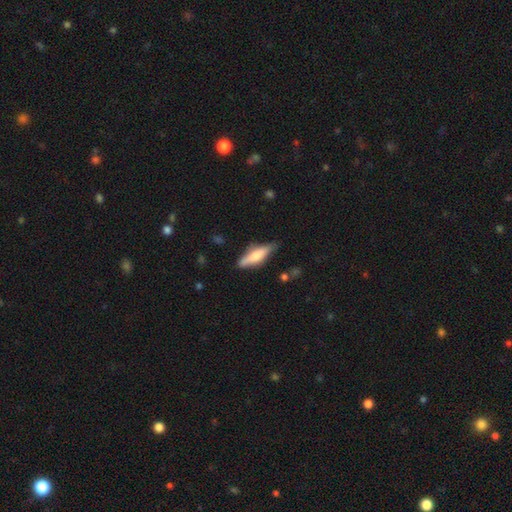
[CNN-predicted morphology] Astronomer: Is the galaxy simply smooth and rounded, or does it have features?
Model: smooth — 56% (runner-up: featured or disk, 38%).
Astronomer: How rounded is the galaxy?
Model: cigar-shaped — 60% (runner-up: in between, 38%).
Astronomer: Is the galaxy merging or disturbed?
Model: none — 73%.